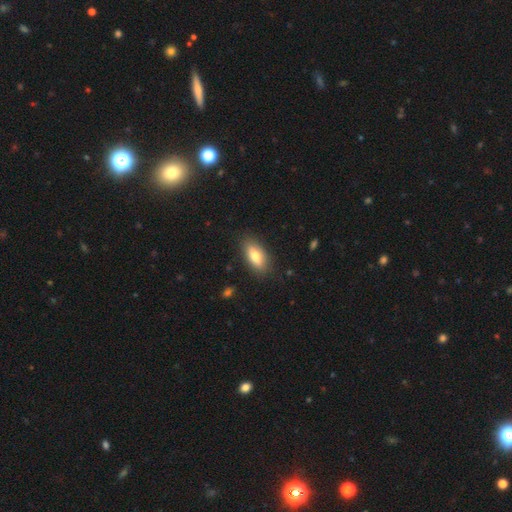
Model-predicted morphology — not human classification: Smooth or featured?
  - smooth: 73% *
  - featured or disk: 21%
  - star or artifact: 7%
How rounded?
  - in between: 80% *
  - cigar-shaped: 17%
  - round: 3%
Merging?
  - none: 84% *
  - minor disturbance: 11%
  - major disturbance: 3%
  - merger: 1%